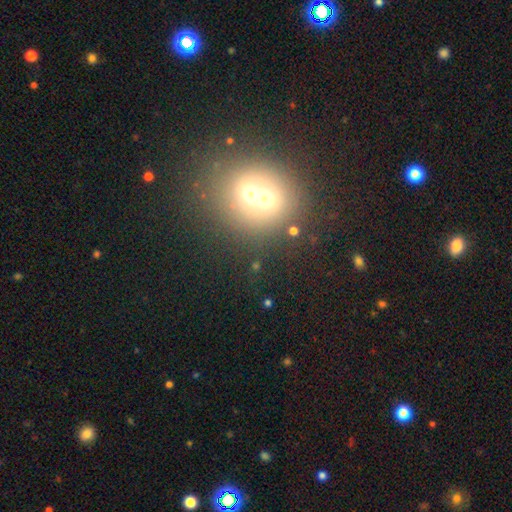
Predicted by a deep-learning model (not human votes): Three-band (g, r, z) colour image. It shows a smooth galaxy with no disk features (48%). Merging: merger (53%).